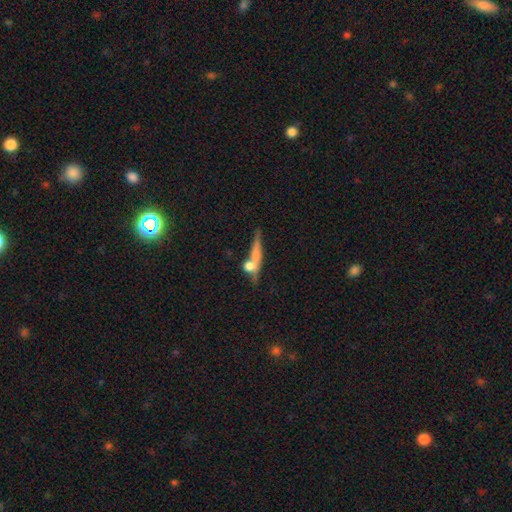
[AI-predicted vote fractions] Overall: smooth (52%; featured or disk 37%). How rounded: cigar-shaped (67%). Merging: none (41%; merger 34%).